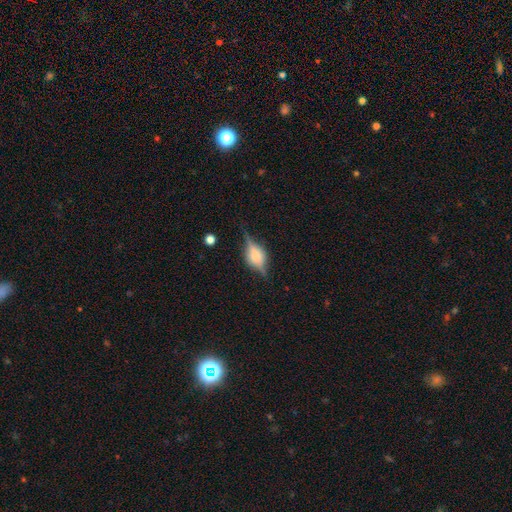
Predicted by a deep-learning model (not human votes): A featured or disk galaxy (69%) viewed edge-on (95%) with a rounded central bulge (84%). Merging: none (74%).